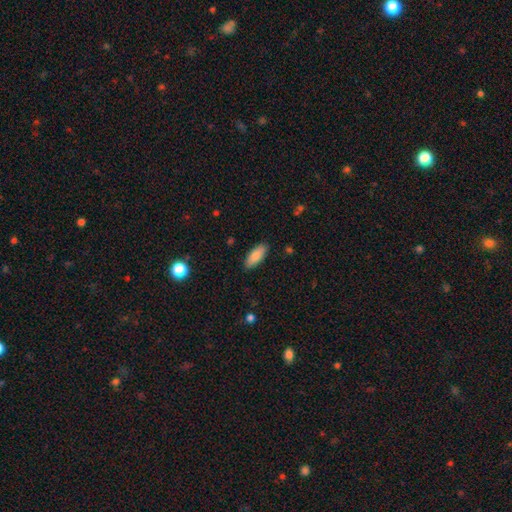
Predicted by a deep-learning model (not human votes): smooth 86%, featured or disk 7%, star or artifact 6%. Down the decision tree: how rounded — in between (80%); merging — none (89%).